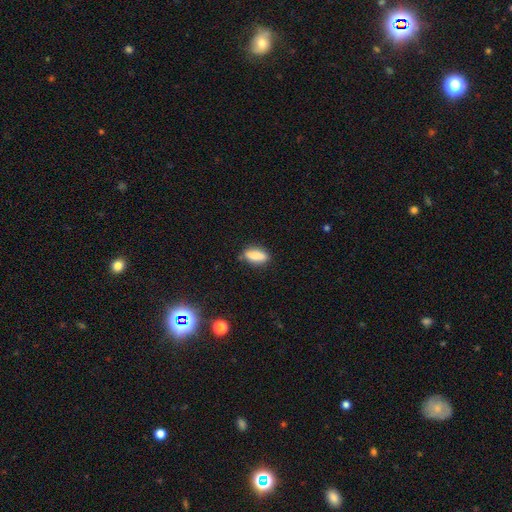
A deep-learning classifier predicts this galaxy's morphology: A smooth galaxy with no disk features (82%) that is in between round and cigar-shaped (66%).

Vote fractions:
- Smooth or featured? smooth: 82% / featured or disk: 10% / star or artifact: 8%
- How rounded? in between: 66% / cigar-shaped: 31% / round: 3%
- Merging? none: 80% / minor disturbance: 15% / major disturbance: 3% / merger: 2%